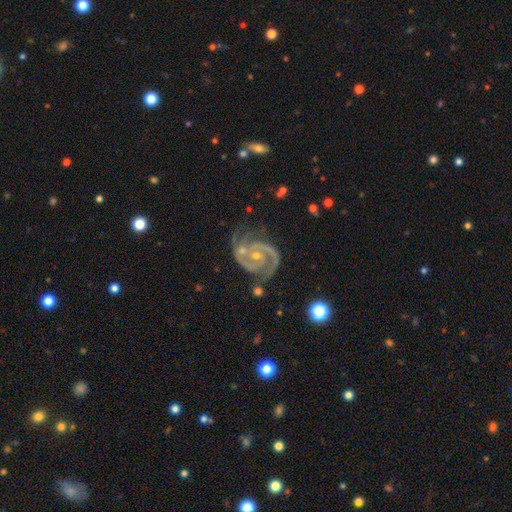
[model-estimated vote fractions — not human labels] smooth_or_featured: featured or disk (p=0.93) [alt: star or artifact p=0.05]
disk_edge_on: no (p=0.98) [alt: yes p=0.02]
bar: no (p=0.59) [alt: weak p=0.29]
has_spiral_arms: yes (p=0.99) [alt: no p=0.01]
spiral_winding: tight (p=0.48) [alt: medium p=0.46]
spiral_arm_count: 2 (p=0.80) [alt: 3 p=0.10]
bulge_size: small (p=0.65) [alt: moderate p=0.32]
merging: none (p=0.61) [alt: minor disturbance p=0.22]